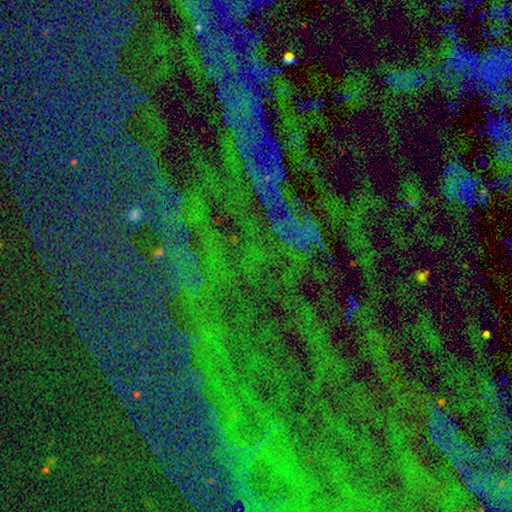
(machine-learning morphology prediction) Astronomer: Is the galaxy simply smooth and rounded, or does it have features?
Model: star or artifact — 81%.